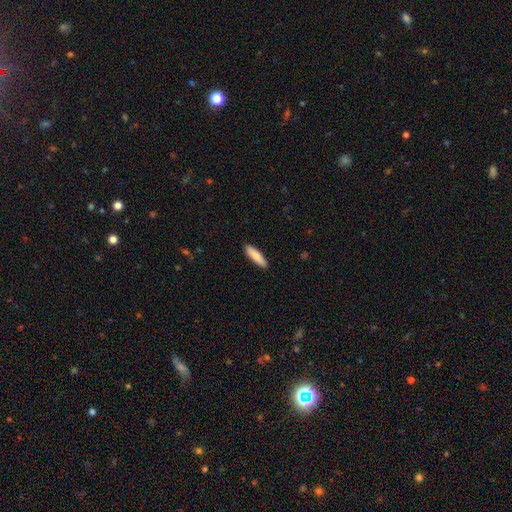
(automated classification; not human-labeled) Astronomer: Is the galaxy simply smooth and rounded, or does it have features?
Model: smooth — 85%.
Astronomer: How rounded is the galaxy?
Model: cigar-shaped — 75%.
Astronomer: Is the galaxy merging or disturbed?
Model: none — 90%.